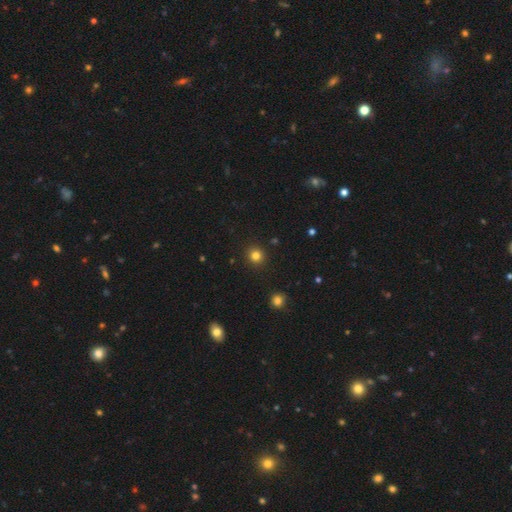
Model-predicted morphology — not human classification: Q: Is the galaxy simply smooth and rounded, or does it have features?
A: smooth — 81%.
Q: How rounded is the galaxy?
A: round — 93%.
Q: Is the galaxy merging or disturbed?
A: none — 92%.